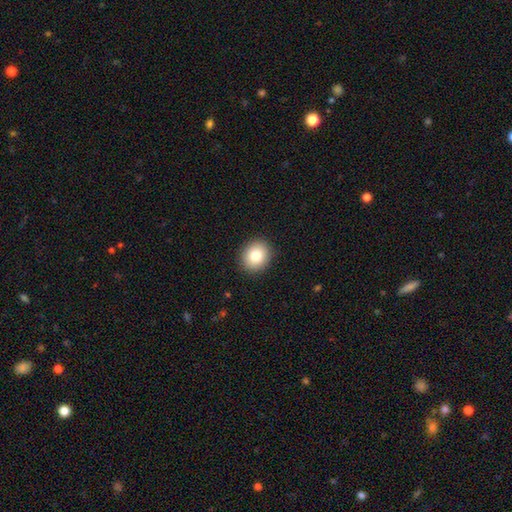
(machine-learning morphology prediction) smooth_or_featured: smooth (p=0.82) [alt: star or artifact p=0.09]
how_rounded: round (p=0.71) [alt: in between p=0.28]
merging: none (p=0.91) [alt: minor disturbance p=0.06]